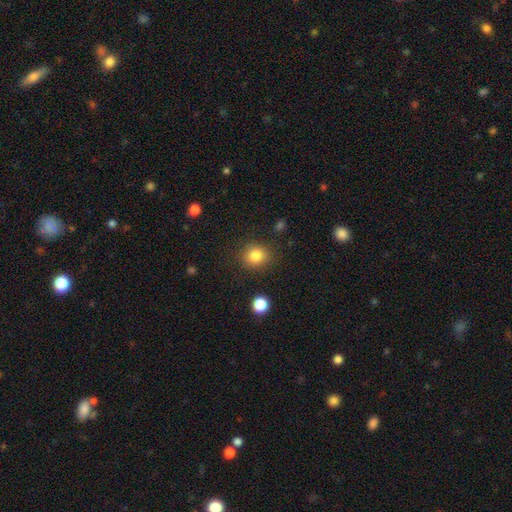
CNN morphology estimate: smooth-or-featured: smooth: 83% | star or artifact: 10% | featured or disk: 6%
  how-rounded: round: 80% | in between: 19% | cigar-shaped: 1%
  merging: none: 86% | minor disturbance: 9% | major disturbance: 3% | merger: 2%